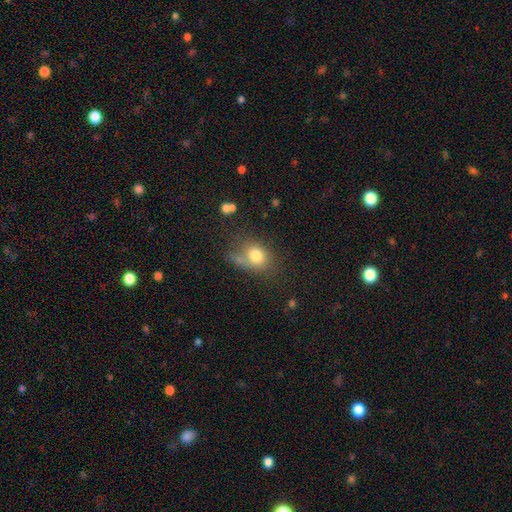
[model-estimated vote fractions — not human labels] smooth 77%, featured or disk 12%, star or artifact 11%. Down the decision tree: how rounded — in between (53%); merging — none (46%).